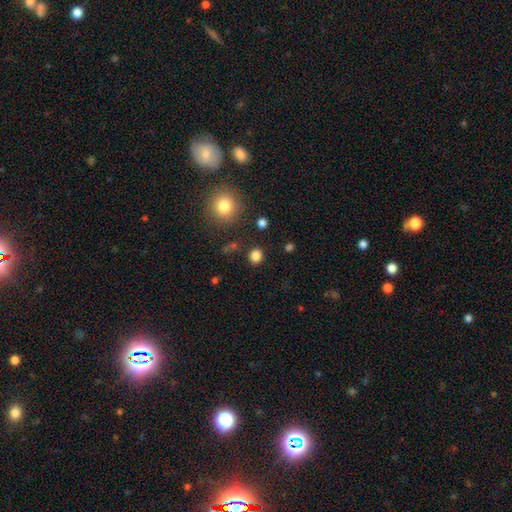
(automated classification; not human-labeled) Smooth or featured? smooth (83%)
How rounded? round (78%)
Merging? none (87%)